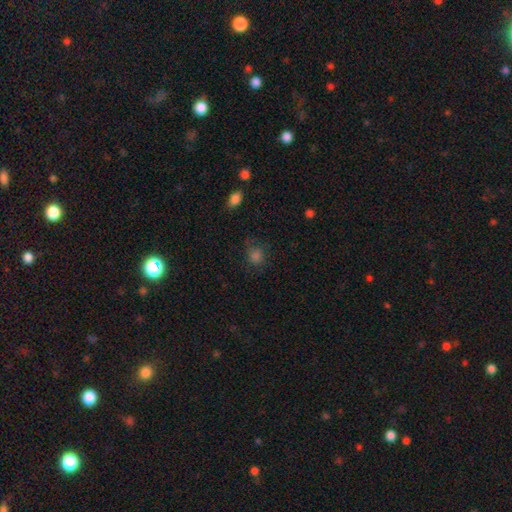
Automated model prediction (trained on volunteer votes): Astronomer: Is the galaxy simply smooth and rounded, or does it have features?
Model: smooth — 73%.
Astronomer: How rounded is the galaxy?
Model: round — 80%.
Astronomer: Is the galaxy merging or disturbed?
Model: none — 74%.